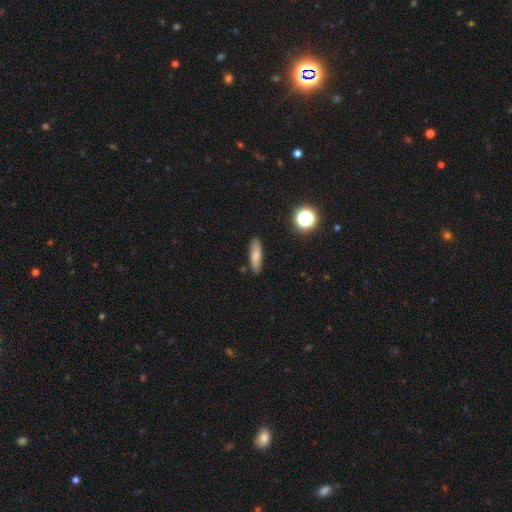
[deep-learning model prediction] Smooth or featured? Predicted: smooth (p=0.77). How rounded? Predicted: cigar-shaped (p=0.64). Merging? Predicted: none (p=0.88).